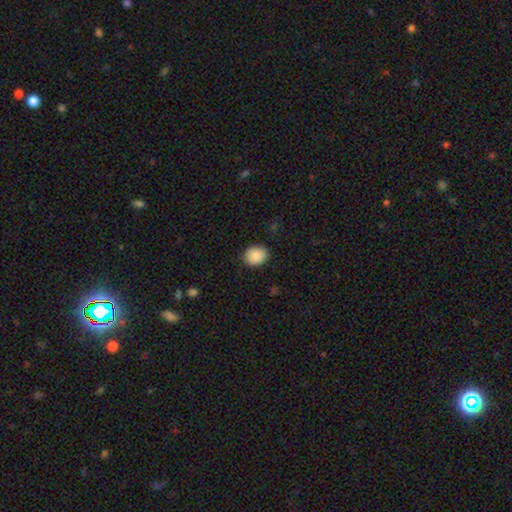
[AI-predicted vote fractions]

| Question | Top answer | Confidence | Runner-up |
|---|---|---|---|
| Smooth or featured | smooth | 87% | star or artifact (7%) |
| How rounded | in between | 50% | tied: round (50%) |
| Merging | none | 87% | minor disturbance (10%) |